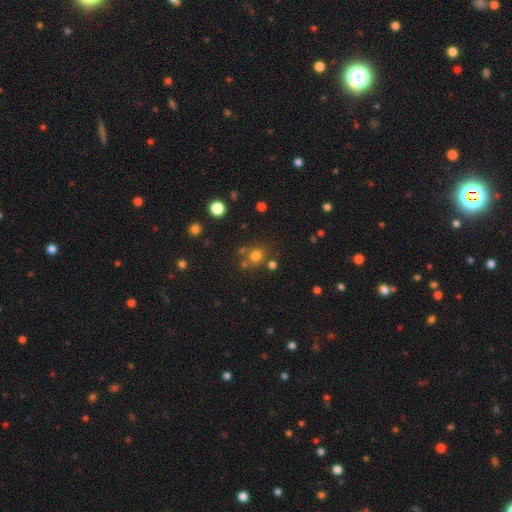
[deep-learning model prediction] smooth-or-featured: smooth: 74% | star or artifact: 18% | featured or disk: 7%
  how-rounded: round: 81% | in between: 18% | cigar-shaped: 1%
  merging: none: 71% | merger: 14% | minor disturbance: 10% | major disturbance: 4%